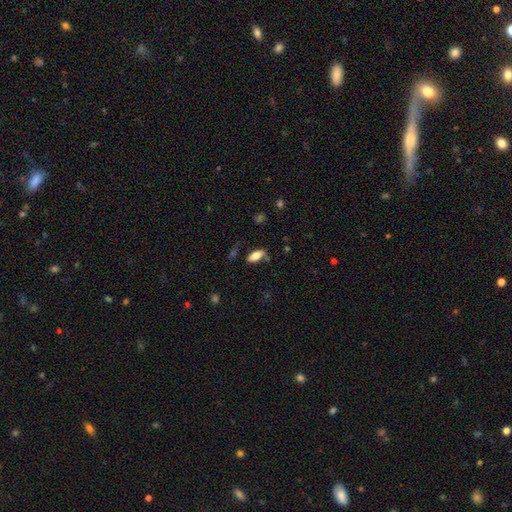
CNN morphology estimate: This appears to be a smooth galaxy with no disk features (73%) that is in between round and cigar-shaped (85%). Merging: none (72%).